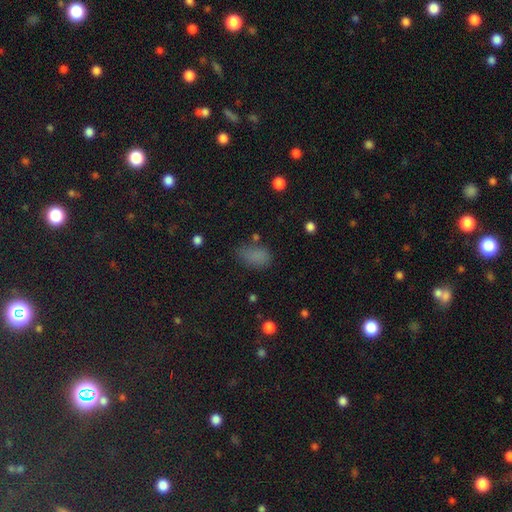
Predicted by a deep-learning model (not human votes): A smooth galaxy with no disk features (77%) that is in between round and cigar-shaped (89%). Merging: none (62%).